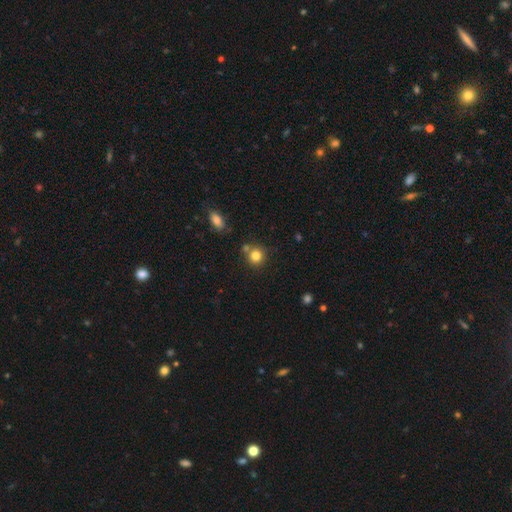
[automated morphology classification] The model was most divided on "merging": none: 71%, merger: 16%, minor disturbance: 10%, major disturbance: 3%. More confident: how rounded — round (89%); smooth or featured — smooth (81%).